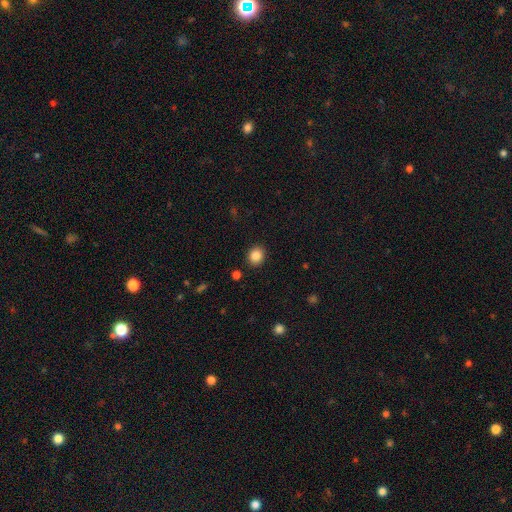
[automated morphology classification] smooth 86%, star or artifact 10%, featured or disk 4%. Down the decision tree: how rounded — round (79%); merging — none (90%).